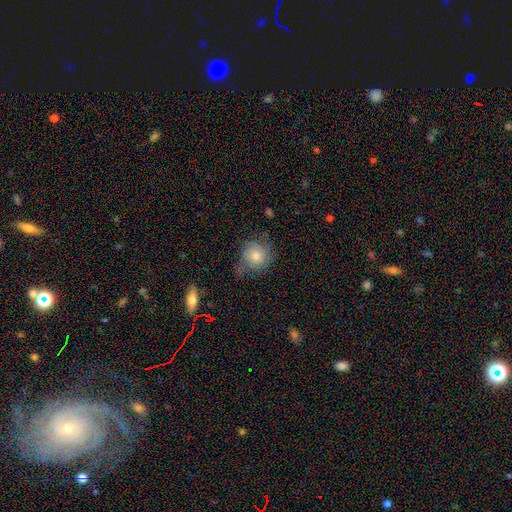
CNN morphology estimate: Overall: smooth (63%; featured or disk 27%). How rounded: round (84%). Merging: none (60%; minor disturbance 27%).